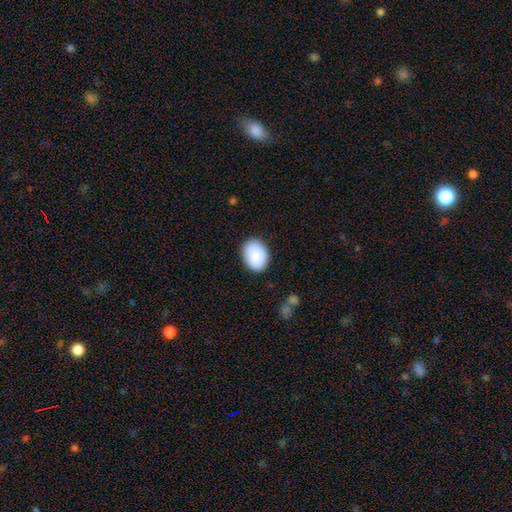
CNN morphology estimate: Overall: smooth (89%). How rounded: in between (76%). Merging: none (85%).